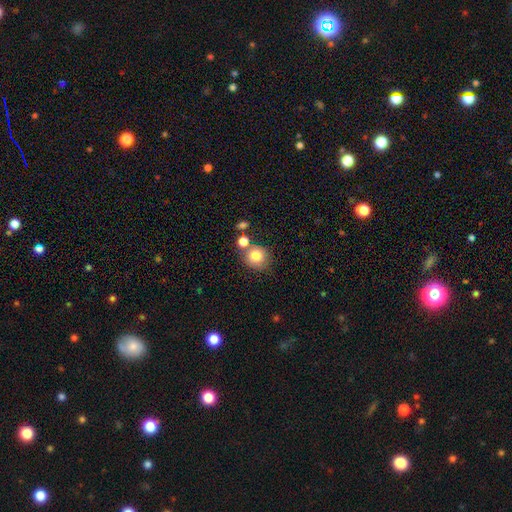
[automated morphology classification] A smooth galaxy with no disk features (81%) that is round (88%).

Vote fractions:
- Smooth or featured? smooth: 81% / star or artifact: 10% / featured or disk: 8%
- How rounded? round: 88% / in between: 11% / cigar-shaped: 1%
- Merging? none: 67% / merger: 17% / minor disturbance: 12% / major disturbance: 4%